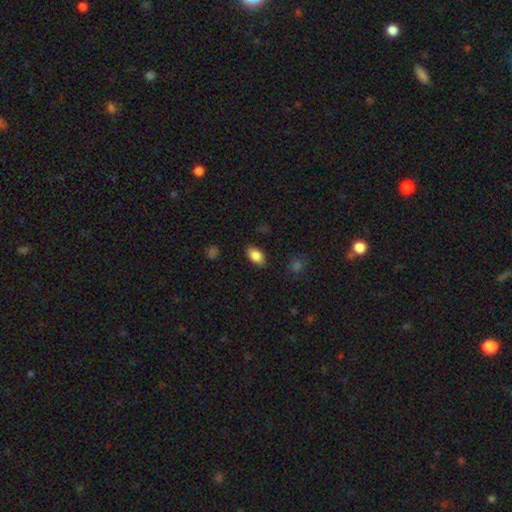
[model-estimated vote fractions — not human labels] This appears to be a smooth galaxy with no disk features (85%) that is in between round and cigar-shaped (90%). Merging: none (86%).